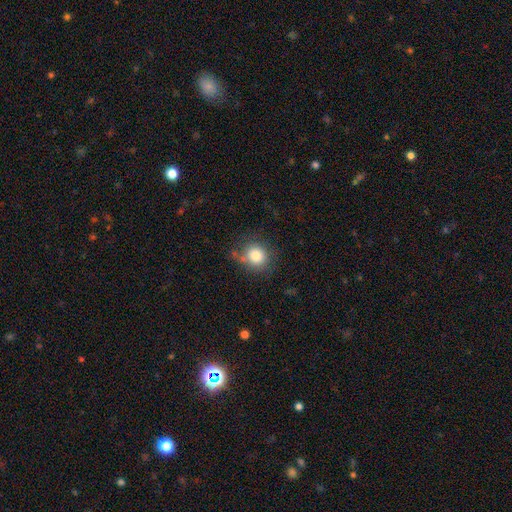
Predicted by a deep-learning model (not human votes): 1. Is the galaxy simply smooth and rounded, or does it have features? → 82% smooth, 10% star or artifact, 8% featured or disk.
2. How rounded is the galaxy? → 83% round, 16% in between, 1% cigar-shaped.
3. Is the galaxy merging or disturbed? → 68% none, 20% minor disturbance, 7% major disturbance, 5% merger.